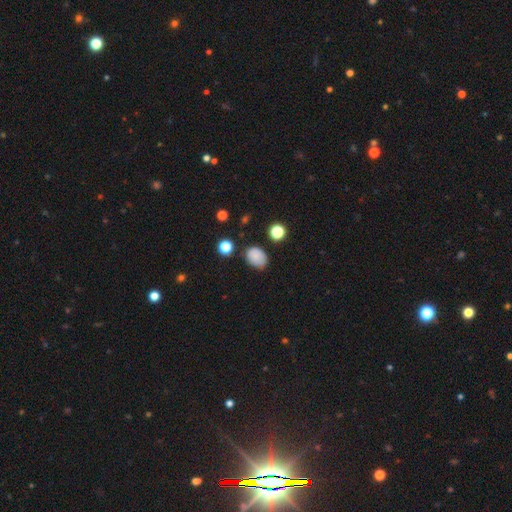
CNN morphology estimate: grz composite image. It shows a smooth galaxy with no disk features (80%) that is in between round and cigar-shaped (71%). Merging: none (74%).